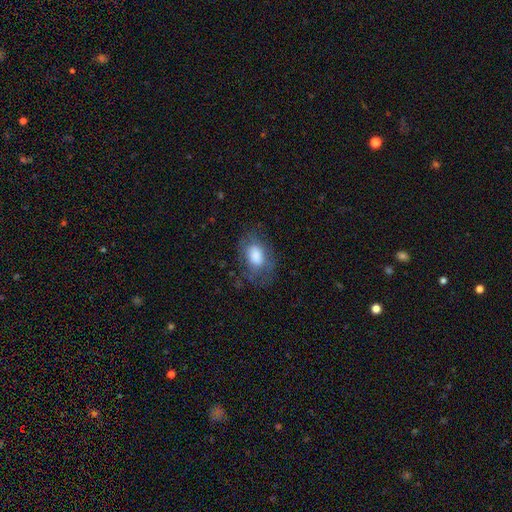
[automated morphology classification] A smooth galaxy with no disk features (71%) that is in between round and cigar-shaped (85%). Merging: none (60%).